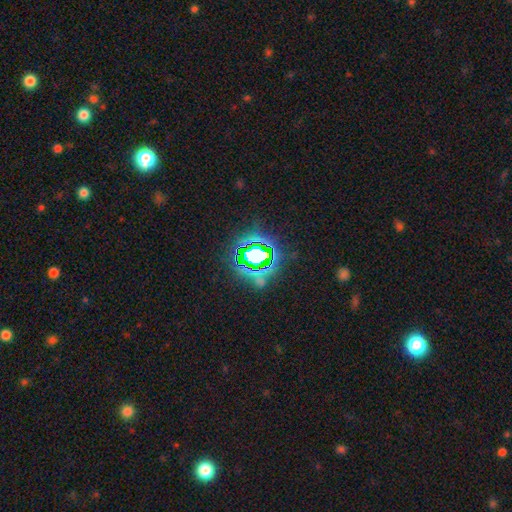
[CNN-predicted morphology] This appears to be a star or artifact, not a galaxy (80%).